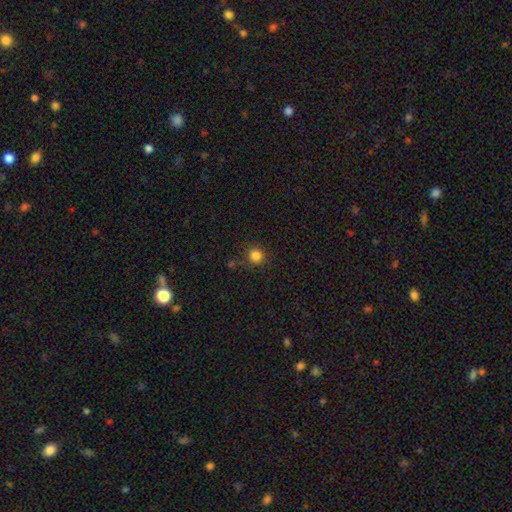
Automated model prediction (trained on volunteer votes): Overall: smooth (83%). How rounded: round (94%). Merging: none (87%).